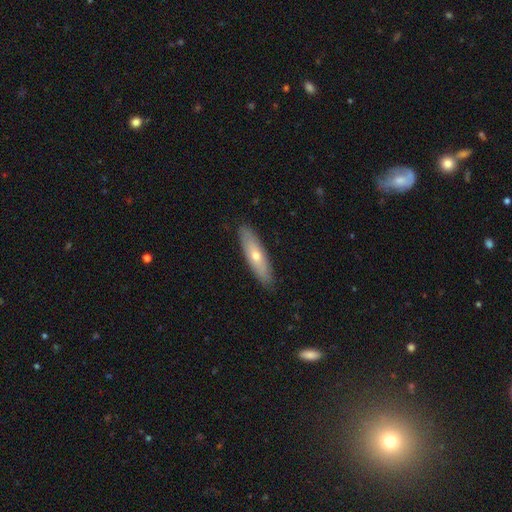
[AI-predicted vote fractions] Morphology: type=smooth (57%); roundness=cigar-shaped (67%); merging=none (88%).